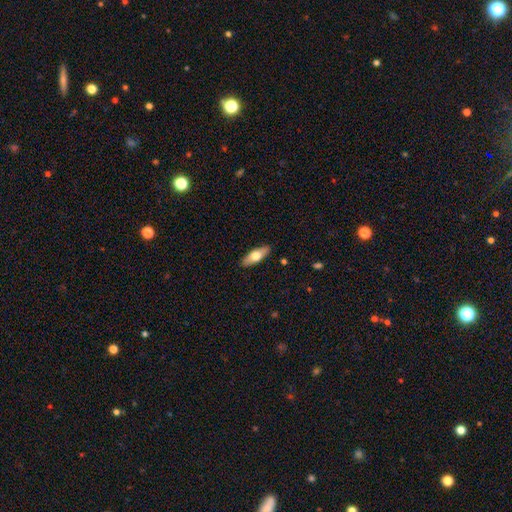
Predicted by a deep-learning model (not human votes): A smooth galaxy with no disk features (61%) that is in between round and cigar-shaped (65%).

Vote fractions:
- Smooth or featured? smooth: 61% / featured or disk: 34% / star or artifact: 5%
- How rounded? in between: 65% / cigar-shaped: 32% / round: 3%
- Merging? none: 89% / minor disturbance: 8% / major disturbance: 2% / merger: 1%